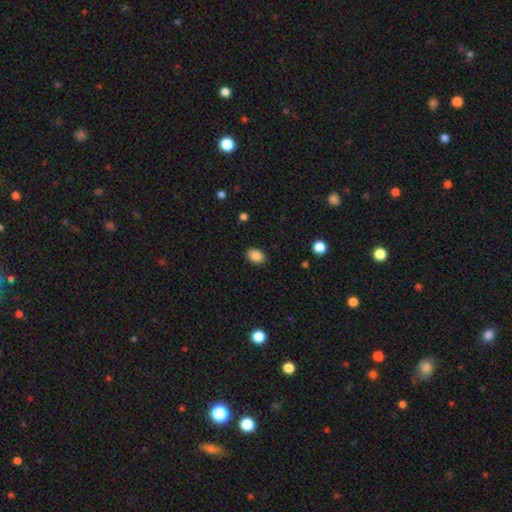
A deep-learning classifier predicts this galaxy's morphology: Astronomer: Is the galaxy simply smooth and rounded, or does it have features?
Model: smooth — 87%.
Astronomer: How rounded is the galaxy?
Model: in between — 81%.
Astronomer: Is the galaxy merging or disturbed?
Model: none — 88%.